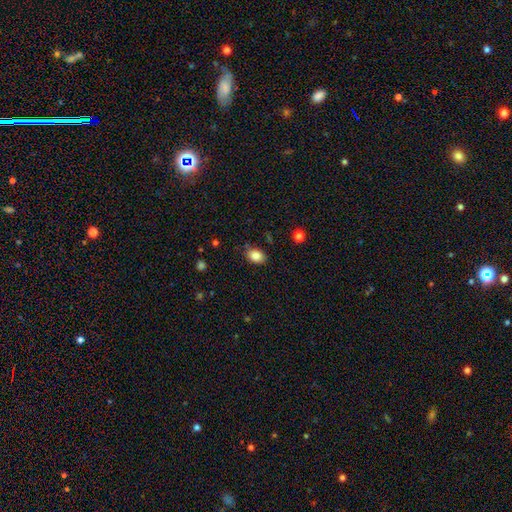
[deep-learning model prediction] A smooth galaxy with no disk features (84%) that is in between round and cigar-shaped (78%).

Vote fractions:
- Smooth or featured? smooth: 84% / star or artifact: 9% / featured or disk: 7%
- How rounded? in between: 78% / round: 21% / cigar-shaped: 1%
- Merging? none: 80% / minor disturbance: 15% / major disturbance: 3% / merger: 2%